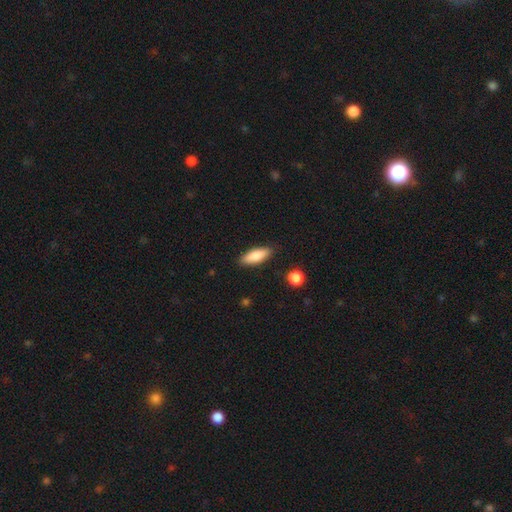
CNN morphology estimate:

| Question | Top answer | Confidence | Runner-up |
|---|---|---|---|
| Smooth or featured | smooth | 83% | featured or disk (11%) |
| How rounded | in between | 61% | cigar-shaped (36%) |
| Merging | none | 86% | minor disturbance (10%) |